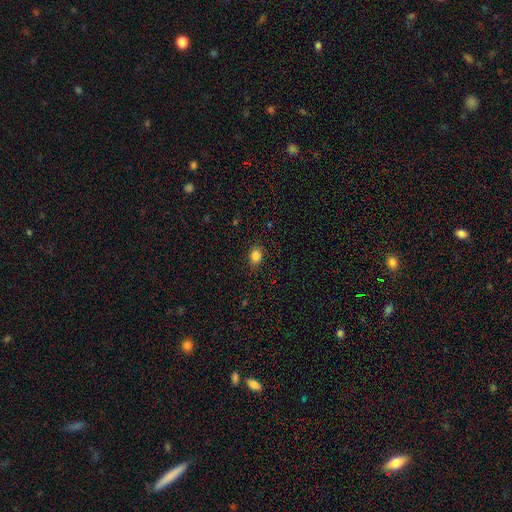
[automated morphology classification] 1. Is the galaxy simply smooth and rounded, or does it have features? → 84% smooth, 11% star or artifact, 5% featured or disk.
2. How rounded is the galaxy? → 61% in between, 38% round, 1% cigar-shaped.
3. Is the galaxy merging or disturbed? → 86% none, 10% minor disturbance, 3% major disturbance, 1% merger.